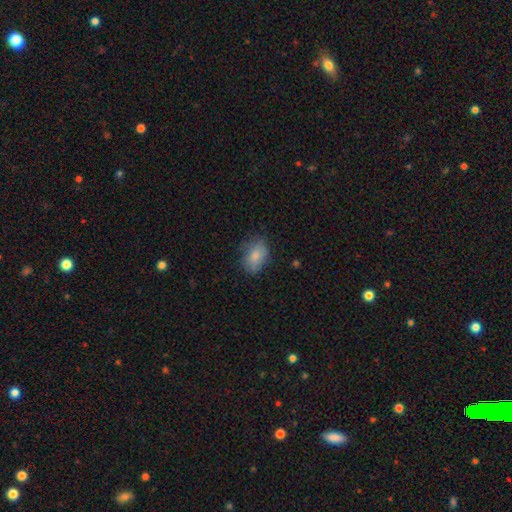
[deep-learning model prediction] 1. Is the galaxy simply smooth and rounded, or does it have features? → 79% smooth, 13% featured or disk, 8% star or artifact.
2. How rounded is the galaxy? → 82% in between, 16% round, 1% cigar-shaped.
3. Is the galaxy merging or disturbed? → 63% none, 26% minor disturbance, 9% major disturbance, 1% merger.